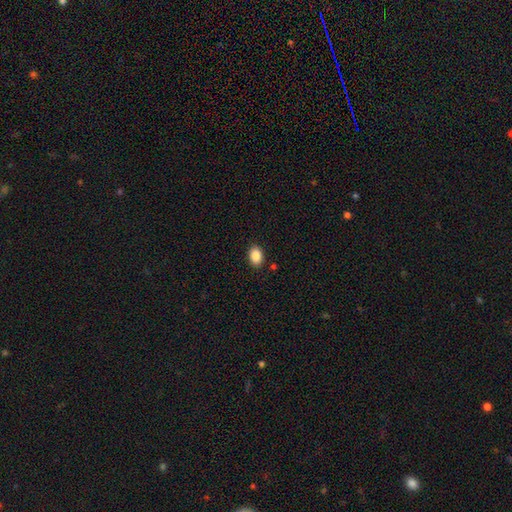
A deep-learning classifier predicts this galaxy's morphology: Smooth or featured: smooth — 88% (star or artifact — 8%)
How rounded: in between — 84% (round — 15%)
Merging: none — 88% (minor disturbance — 8%)